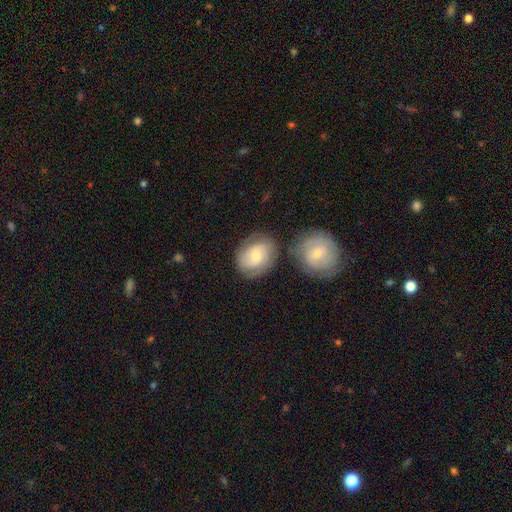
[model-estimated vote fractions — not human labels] This is possibly a featured or disk galaxy (51%). It is clearly not viewed edge-on (96%). Merging: likely none (60%).